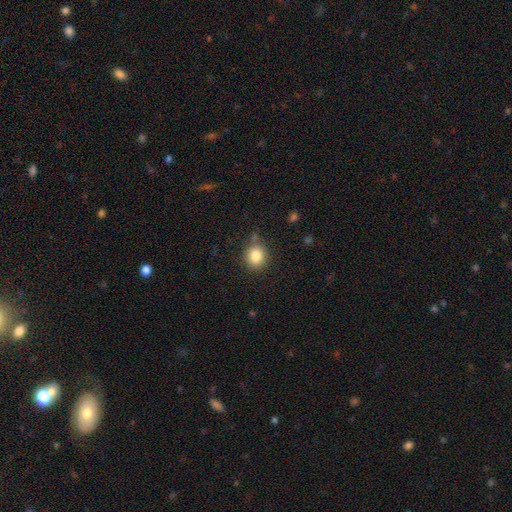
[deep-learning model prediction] A smooth galaxy with no disk features (84%) that is round (80%). Merging: none (81%).